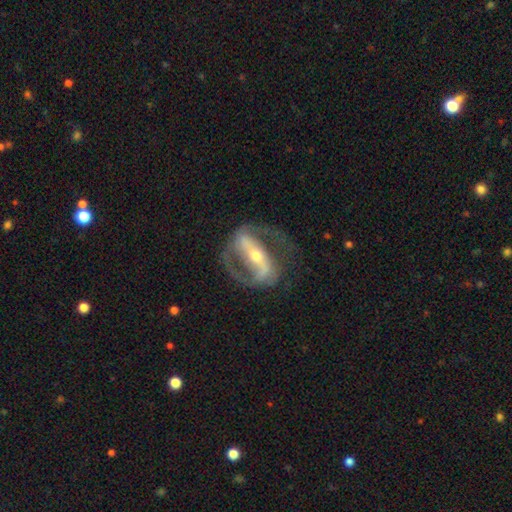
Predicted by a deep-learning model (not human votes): The model was most divided on "bulge size": small: 50%, moderate: 46%, large: 3%, none: 1%, dominant: 1%. More confident: edge-on disk — no (93%); spiral arms — yes (90%); smooth or featured — featured or disk (89%); spiral arm count — 2 (86%); bar — strong (74%); merging — none (66%); spiral winding — medium (51%).